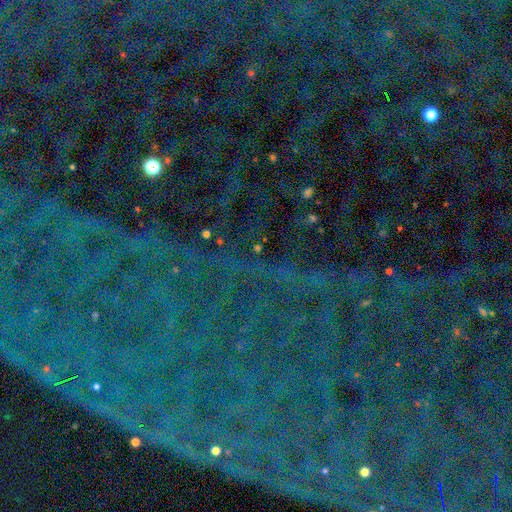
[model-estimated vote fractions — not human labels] Morphology: type=star or artifact (88%).